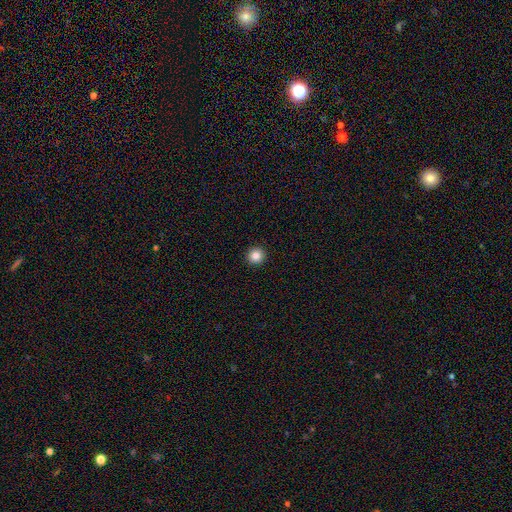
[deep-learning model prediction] smooth_or_featured: smooth (p=0.85) [alt: star or artifact p=0.11]
how_rounded: round (p=0.94) [alt: in between p=0.05]
merging: none (p=0.94) [alt: minor disturbance p=0.04]